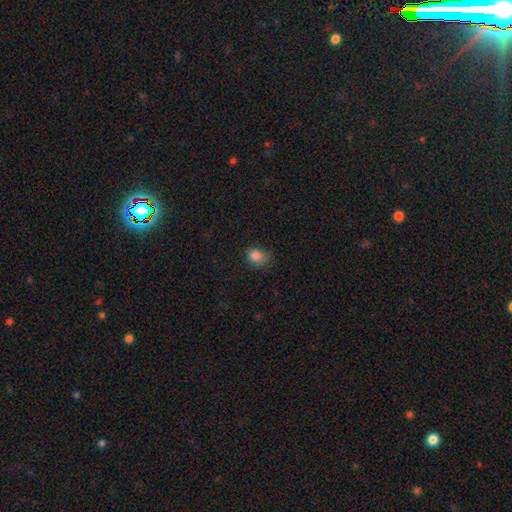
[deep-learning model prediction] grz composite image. It shows a smooth galaxy with no disk features (84%) that is in between round and cigar-shaped (52%). Merging: none (58%).